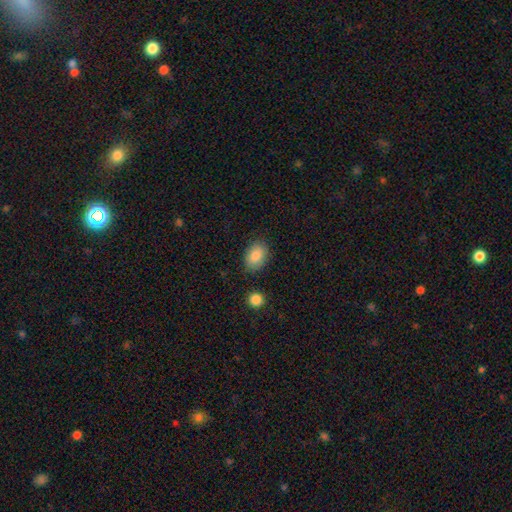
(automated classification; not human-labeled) Smooth or featured? smooth (87%)
How rounded? in between (83%)
Merging? none (83%)